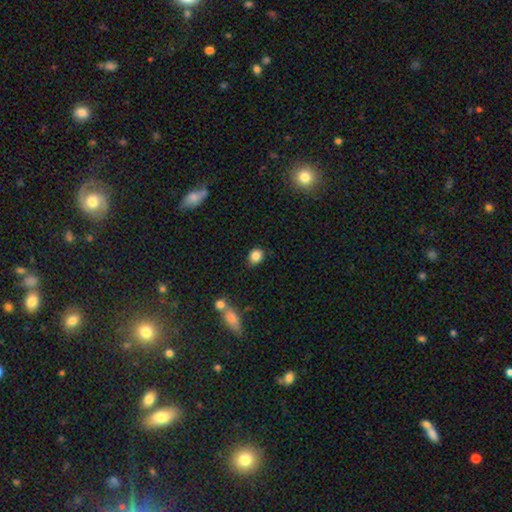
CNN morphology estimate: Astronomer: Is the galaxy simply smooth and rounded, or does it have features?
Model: smooth — 85%.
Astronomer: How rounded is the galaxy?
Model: round — 64%.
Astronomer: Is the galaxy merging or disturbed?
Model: none — 77%.